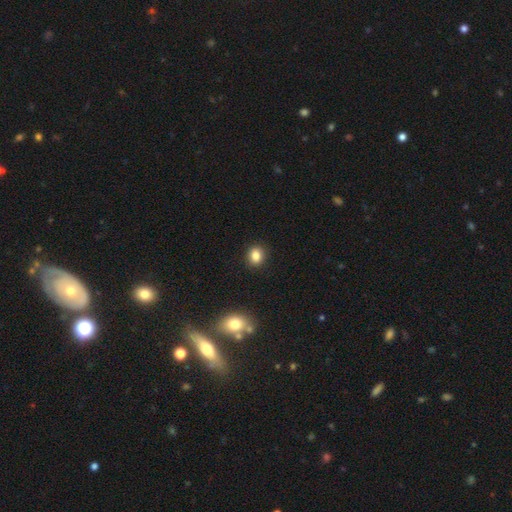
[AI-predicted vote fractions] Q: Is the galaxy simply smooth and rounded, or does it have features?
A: smooth — 84%.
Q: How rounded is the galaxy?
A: round — 63%.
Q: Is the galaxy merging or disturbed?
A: none — 90%.